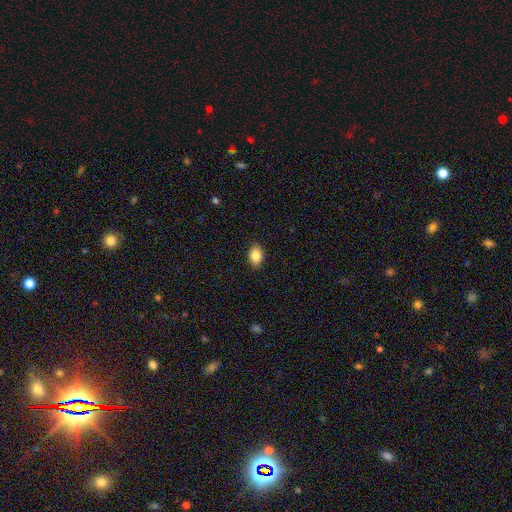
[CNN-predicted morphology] type=smooth (85%); roundness=in between (81%); merging=none (89%).